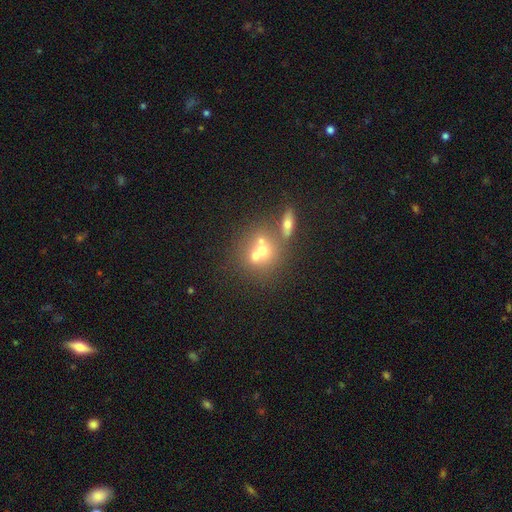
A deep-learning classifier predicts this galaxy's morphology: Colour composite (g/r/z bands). It shows a smooth galaxy with no disk features (56%) that is round (77%). Merging: merger (54%).